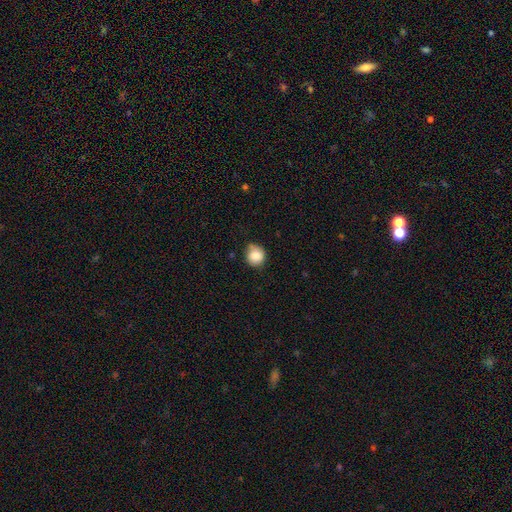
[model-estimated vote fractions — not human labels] smooth_or_featured: smooth (p=0.84) [alt: star or artifact p=0.09]
how_rounded: round (p=0.85) [alt: in between p=0.14]
merging: none (p=0.63) [alt: minor disturbance p=0.28]